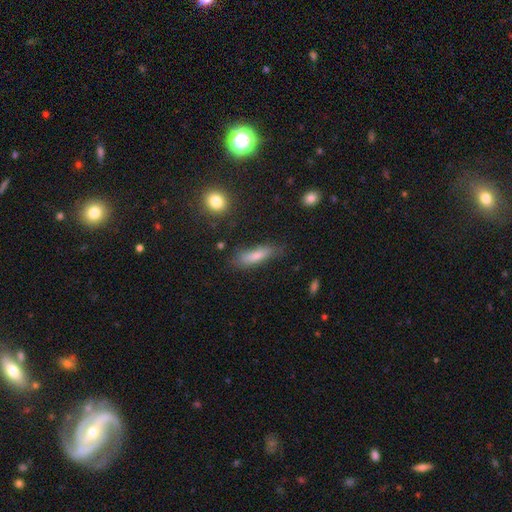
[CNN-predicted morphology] A smooth galaxy with no disk features (68%) that is cigar-shaped (66%). Merging: none (72%).